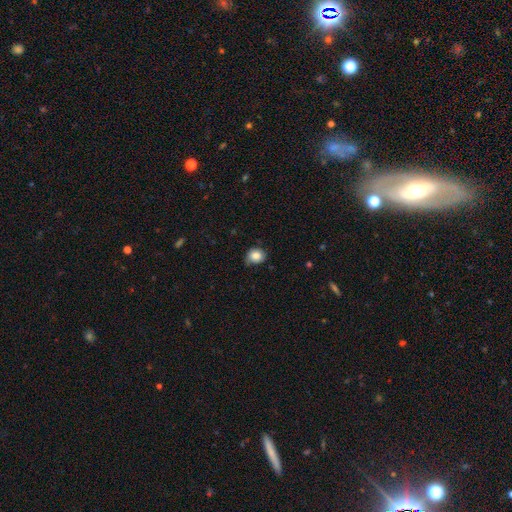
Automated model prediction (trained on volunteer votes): smooth-or-featured: smooth: 82% | featured or disk: 9% | star or artifact: 9%
  how-rounded: round: 68% | in between: 31% | cigar-shaped: 1%
  merging: none: 67% | minor disturbance: 26% | major disturbance: 5% | merger: 2%